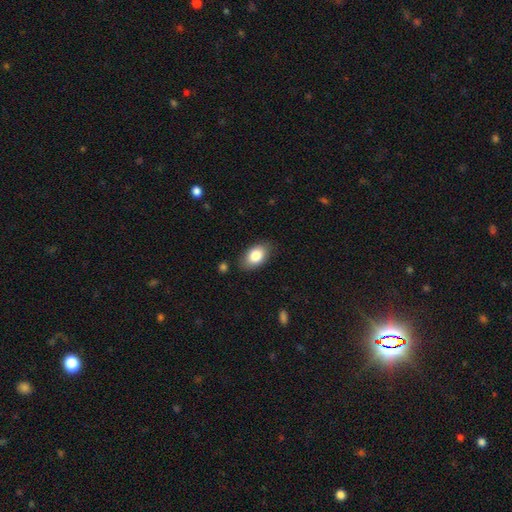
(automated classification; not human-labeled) Q: Smooth or featured?
A: smooth (82%); runner-up: featured or disk (11%)
Q: How rounded?
A: in between (91%); runner-up: round (8%)
Q: Merging?
A: none (83%); runner-up: minor disturbance (13%)